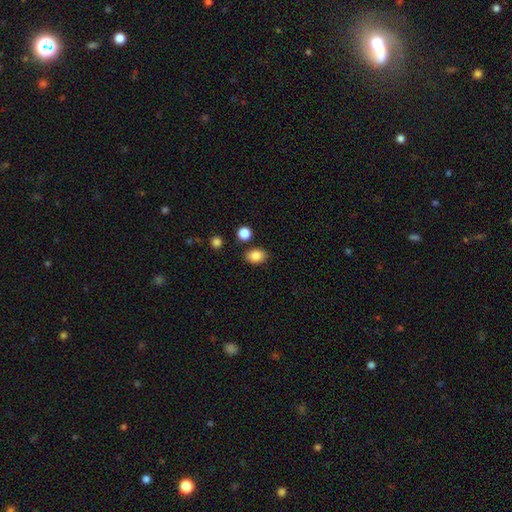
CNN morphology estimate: smooth_or_featured: smooth (p=0.86) [alt: star or artifact p=0.09]
how_rounded: in between (p=0.73) [alt: round p=0.26]
merging: none (p=0.82) [alt: minor disturbance p=0.10]